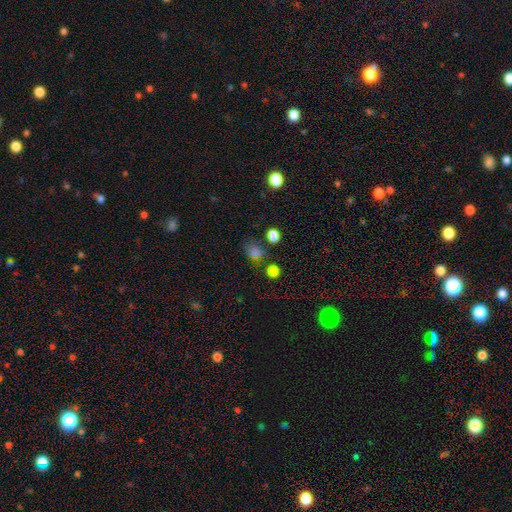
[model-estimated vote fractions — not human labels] This appears to be a smooth galaxy with no disk features (68%) that is round (60%). Merging: none (64%).